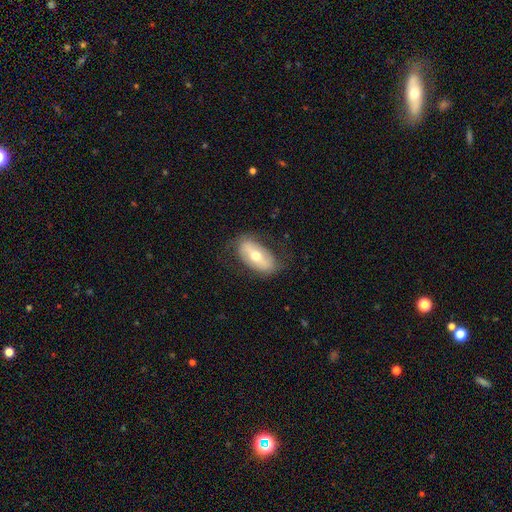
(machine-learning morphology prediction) The model was most divided on "smooth or featured" (2-way tie): smooth: 47%, featured or disk: 47%, star or artifact: 6%. More confident: merging — none (73%).